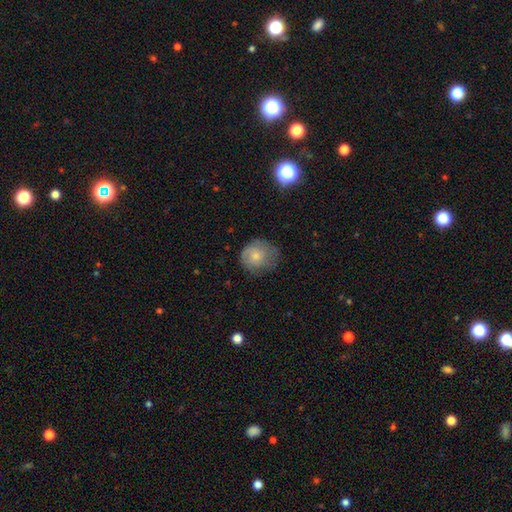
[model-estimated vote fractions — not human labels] This is likely a smooth galaxy (72%). How rounded: clearly round (82%). Merging: likely none (61%).